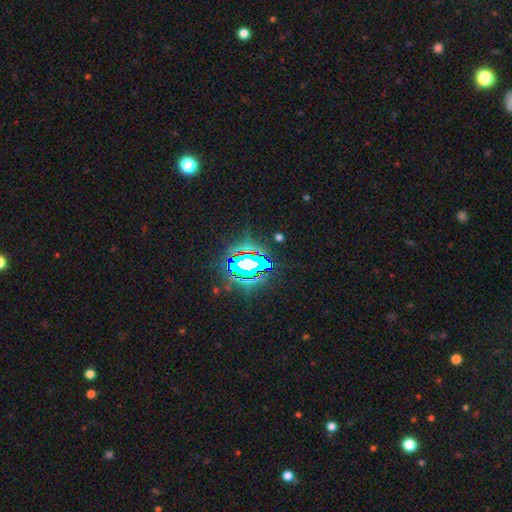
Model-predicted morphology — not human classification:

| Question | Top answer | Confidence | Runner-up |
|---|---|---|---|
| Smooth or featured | star or artifact | 80% | smooth (12%) |